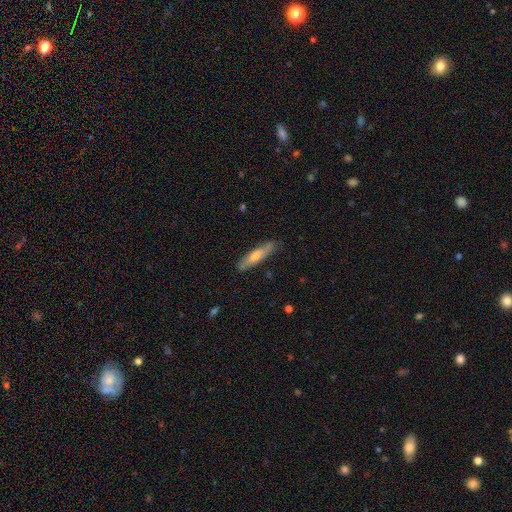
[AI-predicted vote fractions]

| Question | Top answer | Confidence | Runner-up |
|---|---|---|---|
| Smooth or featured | smooth | 56% | featured or disk (38%) |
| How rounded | cigar-shaped | 84% | in between (14%) |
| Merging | none | 85% | minor disturbance (12%) |